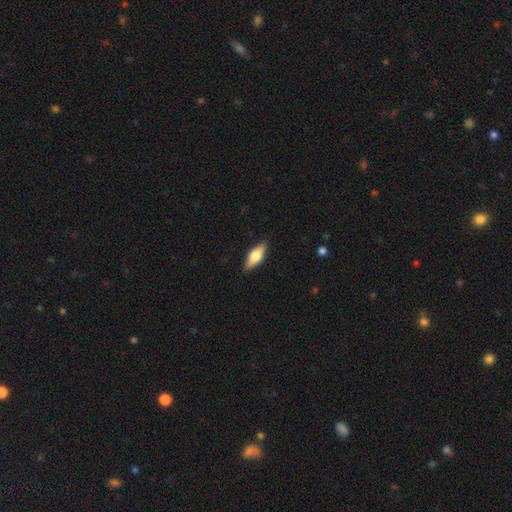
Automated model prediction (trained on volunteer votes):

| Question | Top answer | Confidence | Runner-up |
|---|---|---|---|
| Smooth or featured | smooth | 54% | featured or disk (40%) |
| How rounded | in between | 67% | cigar-shaped (30%) |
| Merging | none | 87% | minor disturbance (10%) |